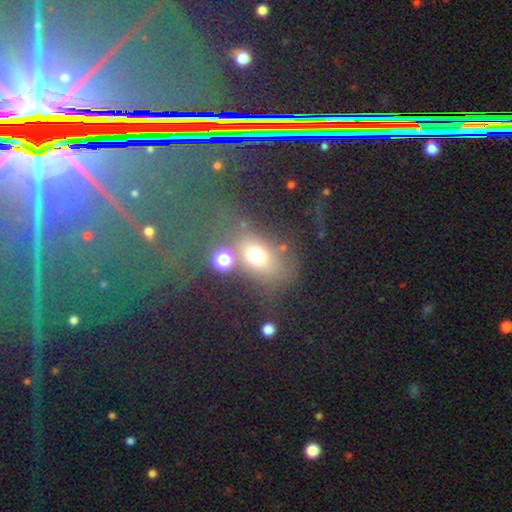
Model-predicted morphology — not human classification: A smooth galaxy with no disk features (65%) that is in between round and cigar-shaped (60%). Merging: none (54%).